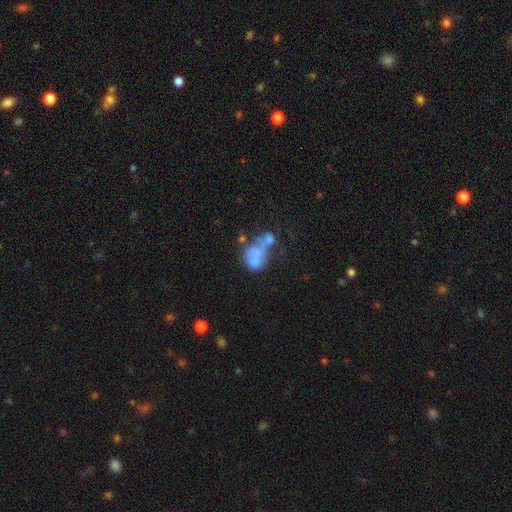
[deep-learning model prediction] The model was most divided on "smooth or featured": smooth: 54%, featured or disk: 34%, star or artifact: 12%. More confident: how rounded — in between (74%); merging — merger (55%).